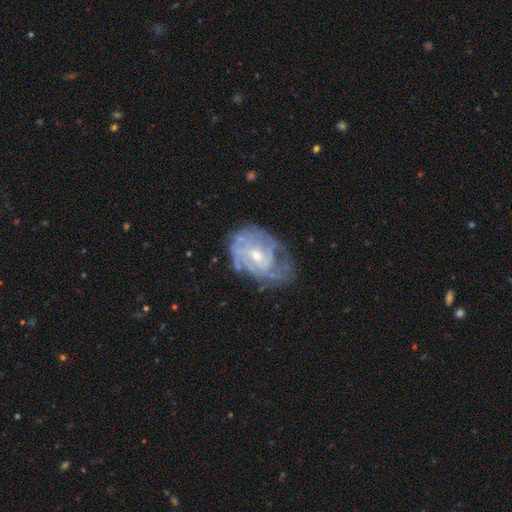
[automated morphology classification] A featured or disk galaxy (77%) with no bar (59%), tight (51%) spiral arms (77%) and a small central bulge (60%).

Vote fractions:
- Smooth or featured? featured or disk: 77% / smooth: 15% / star or artifact: 8%
- Edge-on disk? no: 97% / yes: 3%
- Bar? no: 59% / weak: 35% / strong: 6%
- Spiral arms? yes: 77% / no: 23%
- Spiral winding? tight: 51% / medium: 34% / loose: 15%
- Spiral arm count? can't tell: 53% / 2: 18% / 3: 12% / 4: 8% / 1: 5% / more than 4: 4%
- Bulge size? small: 60% / moderate: 36% / none: 2% / large: 1% / dominant: 1%
- Merging? none: 52% / minor disturbance: 27% / major disturbance: 19% / merger: 2%